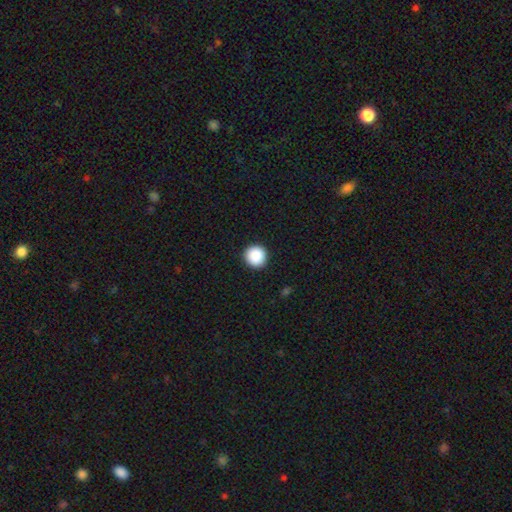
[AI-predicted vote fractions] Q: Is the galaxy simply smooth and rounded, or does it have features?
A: smooth — 89%.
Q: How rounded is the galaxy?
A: round — 95%.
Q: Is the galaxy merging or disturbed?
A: none — 93%.